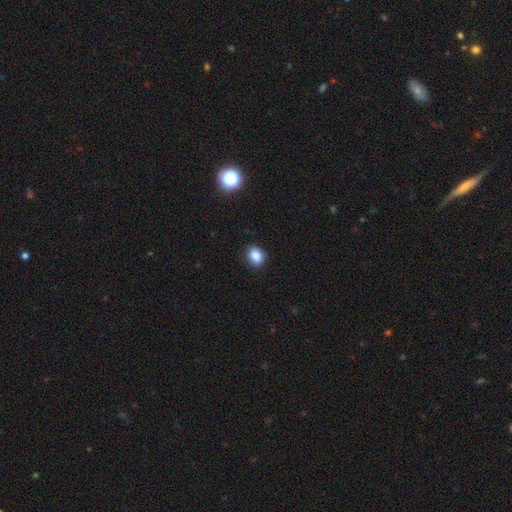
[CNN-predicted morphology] smooth-or-featured: smooth: 86% | star or artifact: 10% | featured or disk: 4%
  how-rounded: in between: 51% | round: 48% | cigar-shaped: 1%
  merging: none: 87% | minor disturbance: 10% | major disturbance: 2% | merger: 1%